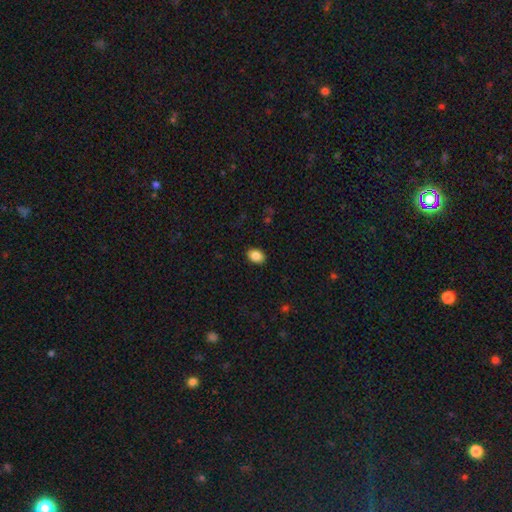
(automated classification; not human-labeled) Q: Smooth or featured?
A: smooth (88%); runner-up: star or artifact (8%)
Q: How rounded?
A: in between (75%); runner-up: round (24%)
Q: Merging?
A: none (90%); runner-up: minor disturbance (8%)